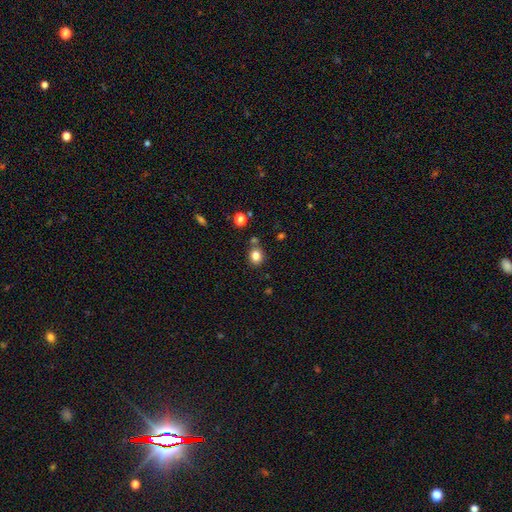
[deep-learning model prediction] Q: Smooth or featured?
A: smooth (82%); runner-up: star or artifact (12%)
Q: How rounded?
A: round (68%); runner-up: in between (31%)
Q: Merging?
A: none (76%); runner-up: minor disturbance (11%)